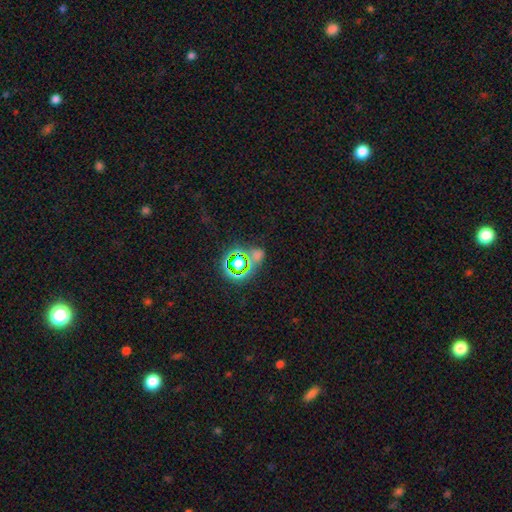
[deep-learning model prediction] Morphology: type=star or artifact (69%).